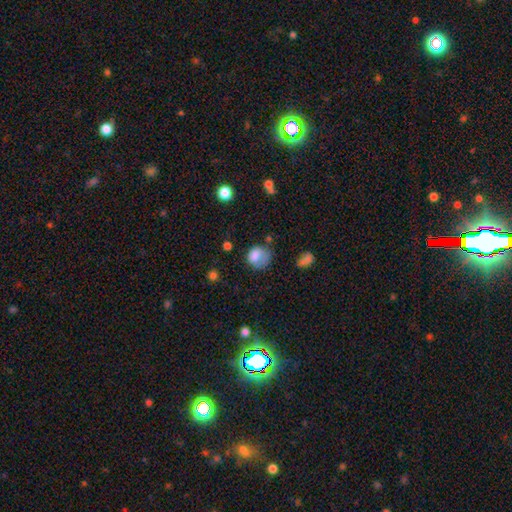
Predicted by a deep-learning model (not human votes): This appears to be a smooth galaxy with no disk features (76%) that is round (66%). Merging: none (42%).